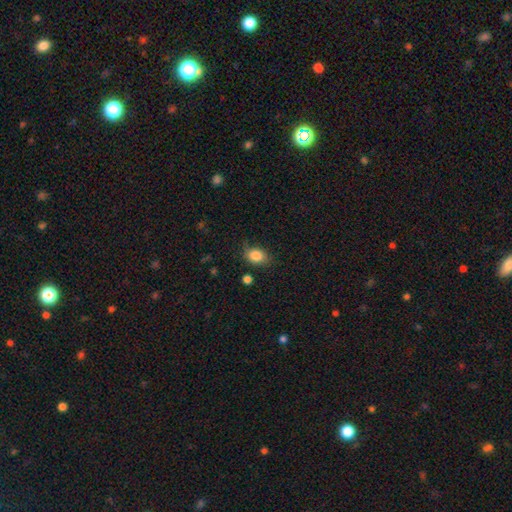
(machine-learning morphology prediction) The model was most divided on "how rounded": in between: 72%, round: 27%, cigar-shaped: 1%. More confident: smooth or featured — smooth (84%); merging — none (74%).